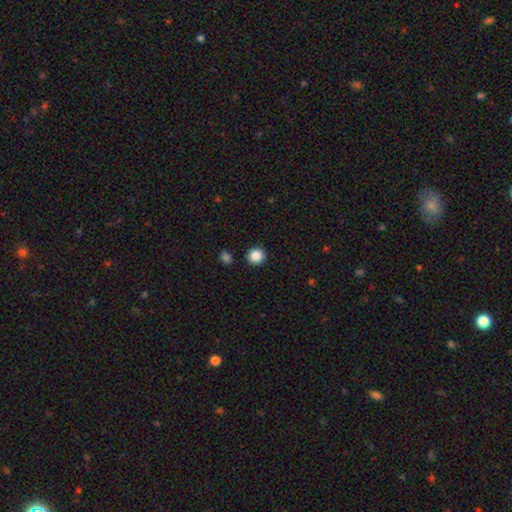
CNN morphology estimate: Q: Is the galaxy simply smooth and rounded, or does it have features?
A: smooth — 87%.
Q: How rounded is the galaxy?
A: round — 91%.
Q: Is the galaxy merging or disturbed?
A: none — 90%.